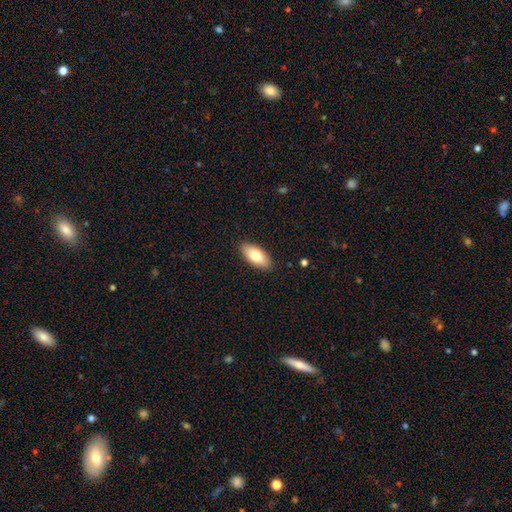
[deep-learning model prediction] Overall: smooth (78%). How rounded: in between (90%). Merging: none (89%).